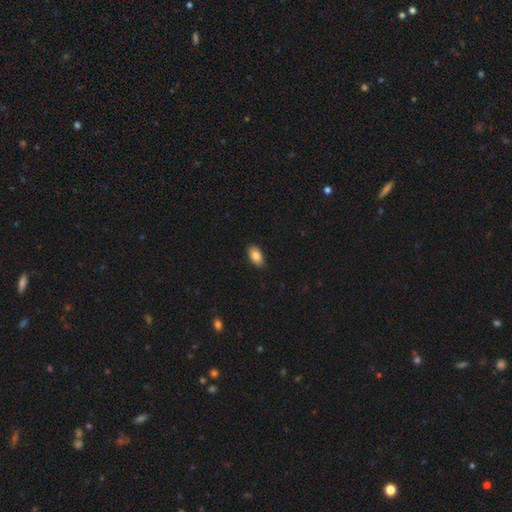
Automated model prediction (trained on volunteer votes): Smooth or featured? smooth (84%)
How rounded? in between (93%)
Merging? none (88%)